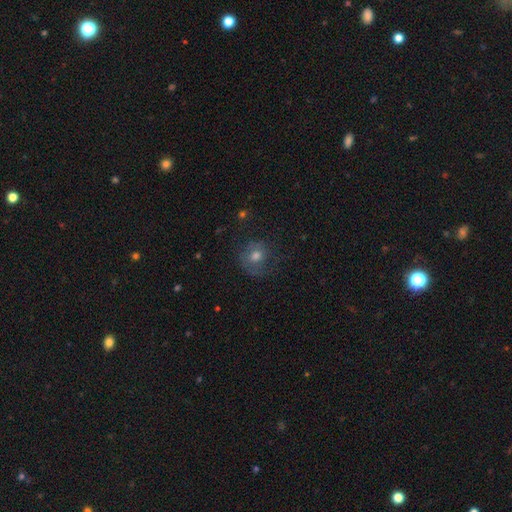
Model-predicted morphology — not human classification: Smooth or featured? smooth (55%)
How rounded? round (81%)
Merging? none (60%)